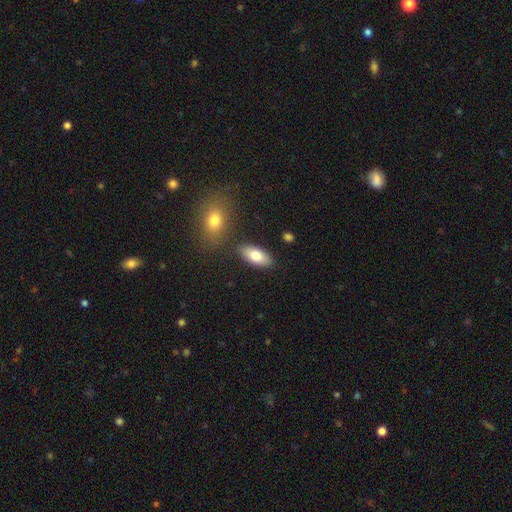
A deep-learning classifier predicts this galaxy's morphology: Q: Smooth or featured?
A: smooth (80%); runner-up: featured or disk (14%)
Q: How rounded?
A: in between (89%); runner-up: cigar-shaped (9%)
Q: Merging?
A: none (83%); runner-up: minor disturbance (10%)